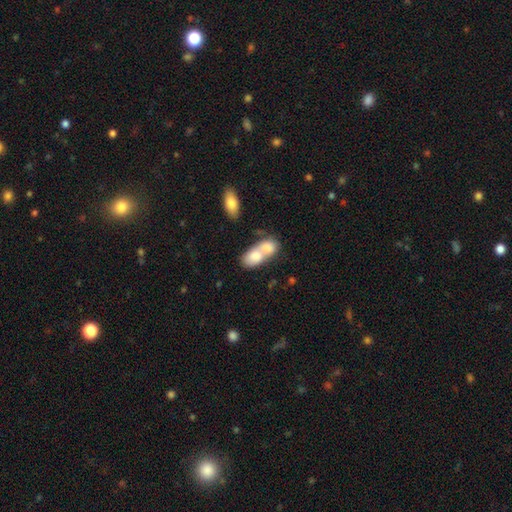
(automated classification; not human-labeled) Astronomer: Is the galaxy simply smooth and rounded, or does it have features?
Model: smooth — 75%.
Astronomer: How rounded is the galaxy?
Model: in between — 82%.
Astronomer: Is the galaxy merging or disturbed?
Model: merger — 75%.